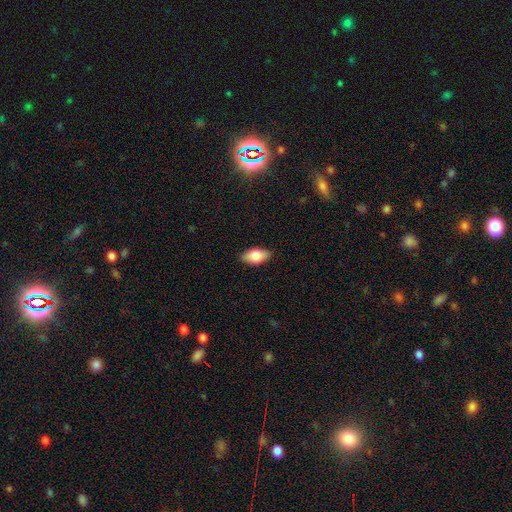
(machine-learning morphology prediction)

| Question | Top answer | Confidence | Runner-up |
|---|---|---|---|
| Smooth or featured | smooth | 78% | featured or disk (15%) |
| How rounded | in between | 92% | round (5%) |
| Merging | none | 86% | minor disturbance (11%) |